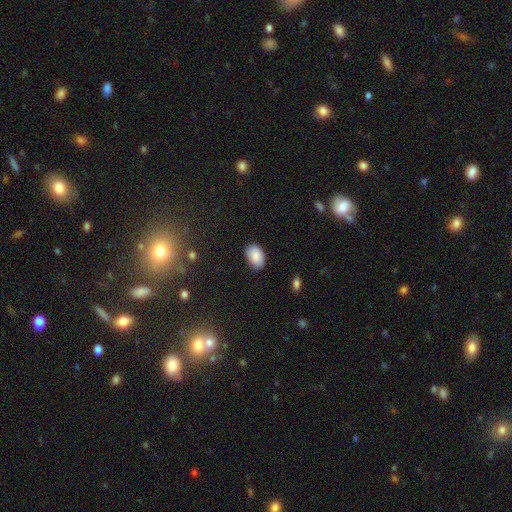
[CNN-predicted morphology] Smooth or featured? smooth (87%)
How rounded? in between (89%)
Merging? none (82%)